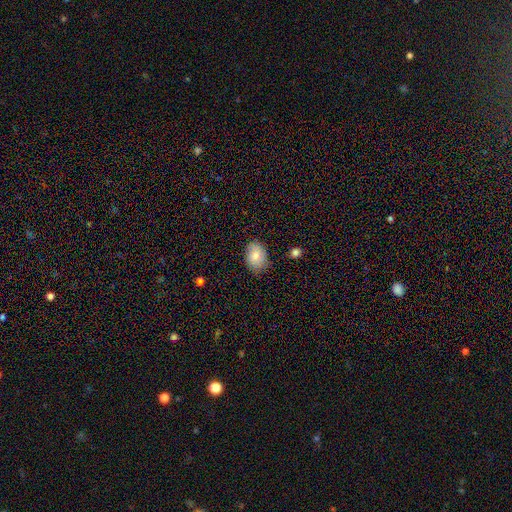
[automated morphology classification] A smooth galaxy with no disk features (80%) that is in between round and cigar-shaped (75%). Merging: none (79%).